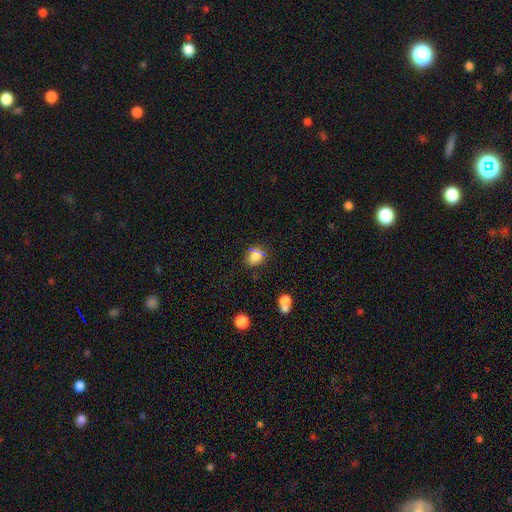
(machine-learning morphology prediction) type=smooth (73%); roundness=in between (49%, tied with round); merging=none (73%).